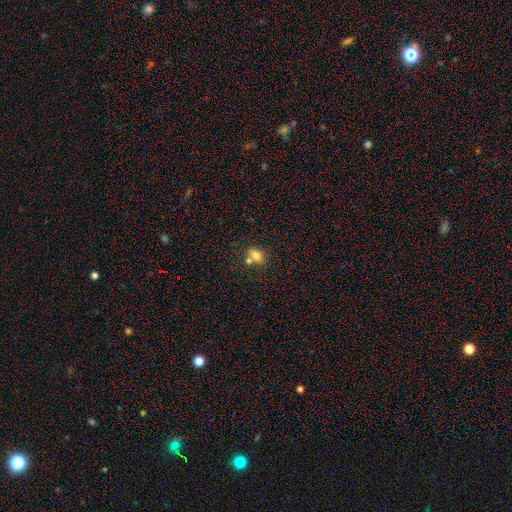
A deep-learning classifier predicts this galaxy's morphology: smooth_or_featured: smooth (p=0.75) [alt: featured or disk p=0.14]
how_rounded: in between (p=0.75) [alt: round p=0.20]
merging: none (p=0.50) [alt: merger p=0.33]